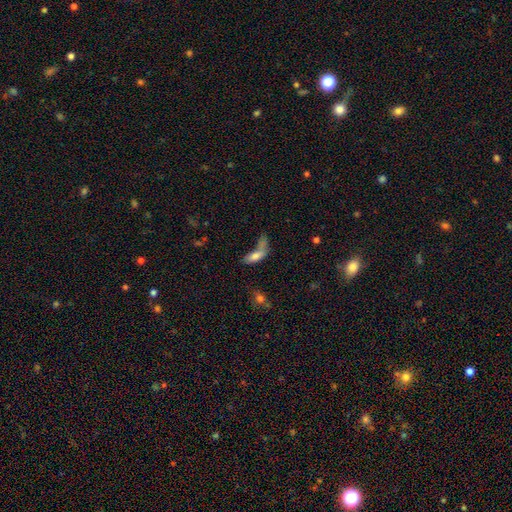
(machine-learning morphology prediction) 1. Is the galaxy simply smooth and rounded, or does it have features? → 71% smooth, 18% featured or disk, 11% star or artifact.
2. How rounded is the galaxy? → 67% in between, 28% cigar-shaped, 5% round.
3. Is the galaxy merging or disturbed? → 39% merger, 23% major disturbance, 23% none, 15% minor disturbance.